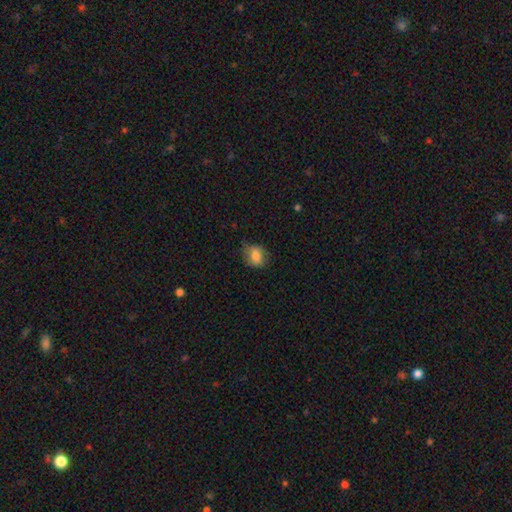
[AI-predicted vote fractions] smooth-or-featured: smooth: 80% | featured or disk: 12% | star or artifact: 8%
  how-rounded: in between: 60% | round: 39% | cigar-shaped: 1%
  merging: none: 65% | minor disturbance: 27% | major disturbance: 7% | merger: 1%